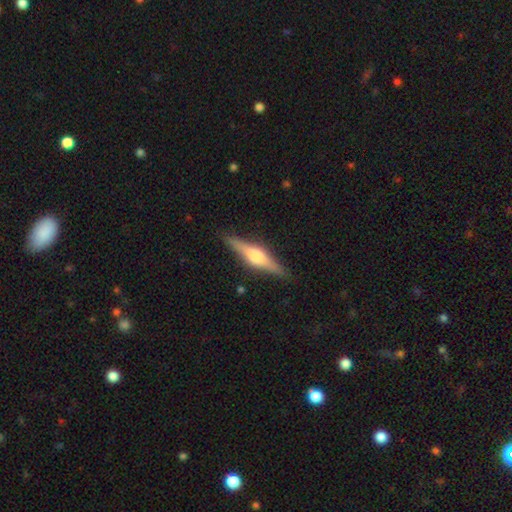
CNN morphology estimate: featured or disk 75%, smooth 20%, star or artifact 6%. Down the decision tree: edge-on disk — yes (98%); edge-on bulge — rounded (87%); merging — none (90%).